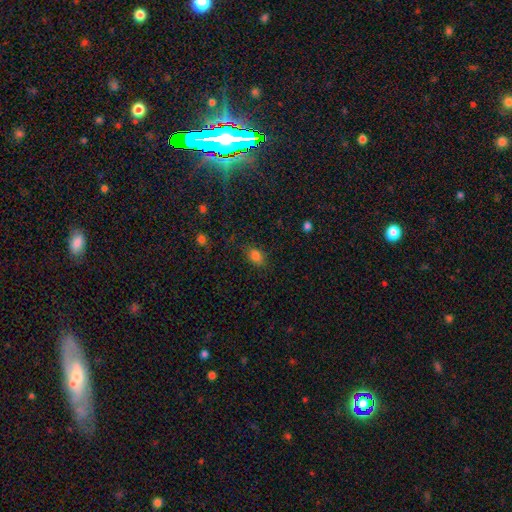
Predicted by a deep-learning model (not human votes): smooth-or-featured: smooth: 81% | star or artifact: 14% | featured or disk: 6%
  how-rounded: in between: 79% | round: 19% | cigar-shaped: 2%
  merging: none: 76% | minor disturbance: 17% | major disturbance: 5% | merger: 2%